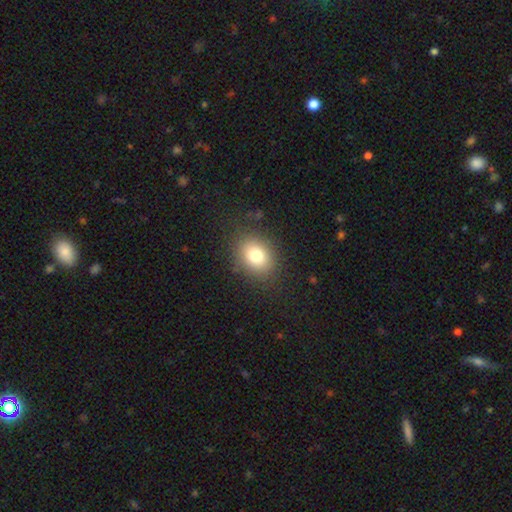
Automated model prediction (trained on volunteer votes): This is likely a smooth galaxy (78%). How rounded: possibly in between (51%). Merging: clearly none (85%).